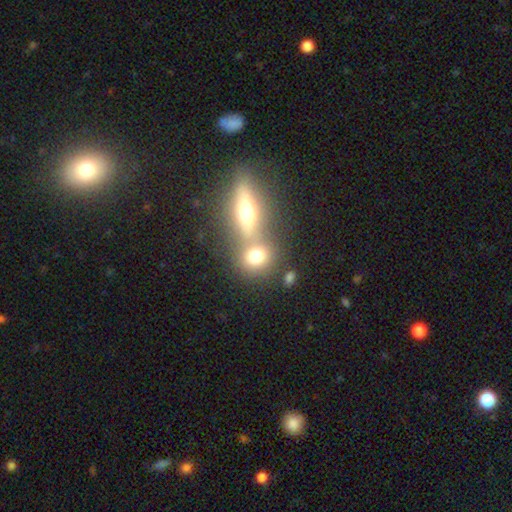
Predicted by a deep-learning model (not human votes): smooth_or_featured: smooth (p=0.70) [alt: featured or disk p=0.17]
how_rounded: round (p=0.69) [alt: in between p=0.28]
merging: merger (p=0.47) [alt: none p=0.42]